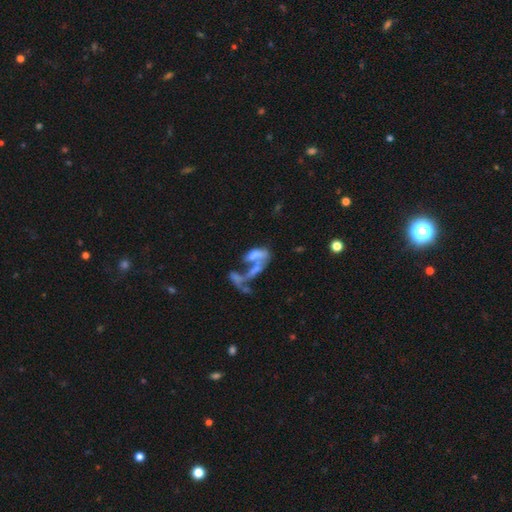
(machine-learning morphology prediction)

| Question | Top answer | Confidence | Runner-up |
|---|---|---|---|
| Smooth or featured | featured or disk | 46% | smooth (41%) |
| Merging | merger | 56% | major disturbance (26%) |